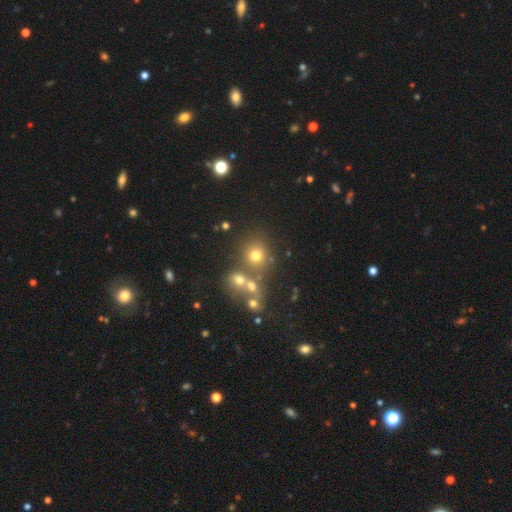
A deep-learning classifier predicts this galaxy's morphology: smooth-or-featured: smooth: 64% | star or artifact: 23% | featured or disk: 14%
  how-rounded: round: 81% | in between: 17% | cigar-shaped: 1%
  merging: none: 58% | merger: 26% | minor disturbance: 10% | major disturbance: 5%